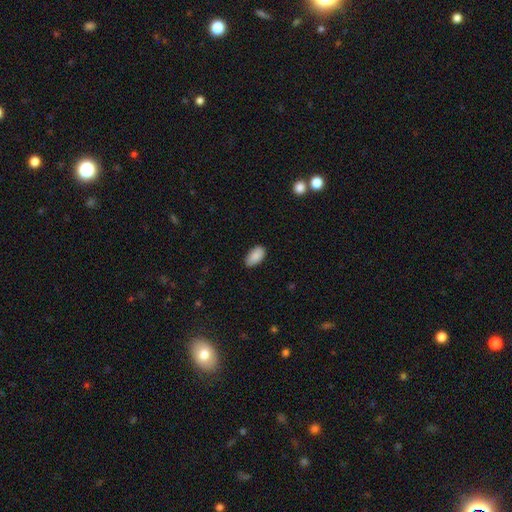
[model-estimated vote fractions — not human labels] smooth-or-featured: smooth: 89% | star or artifact: 7% | featured or disk: 4%
  how-rounded: in between: 95% | round: 4% | cigar-shaped: 2%
  merging: none: 84% | minor disturbance: 13% | major disturbance: 2% | merger: 1%